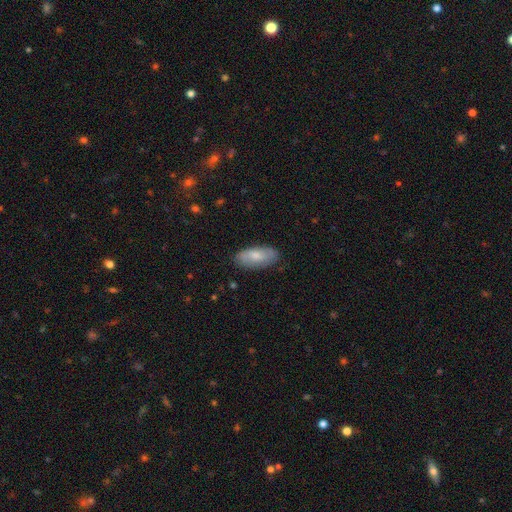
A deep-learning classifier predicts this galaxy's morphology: smooth-or-featured: smooth: 72% | featured or disk: 22% | star or artifact: 6%
  how-rounded: in between: 87% | cigar-shaped: 11% | round: 2%
  merging: none: 83% | minor disturbance: 13% | major disturbance: 3% | merger: 1%